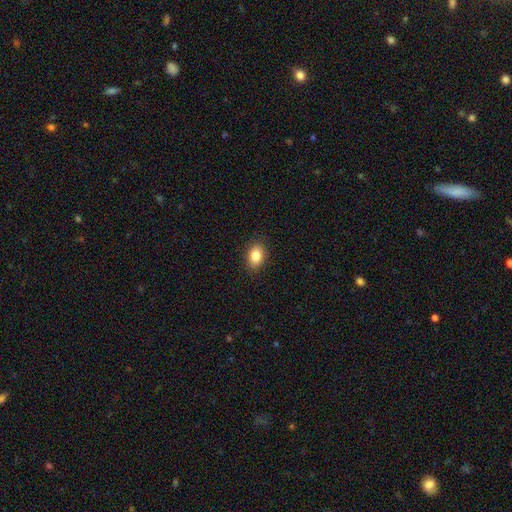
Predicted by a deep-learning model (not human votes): The model was most divided on "how rounded": in between: 77%, round: 21%, cigar-shaped: 1%. More confident: merging — none (89%); smooth or featured — smooth (85%).